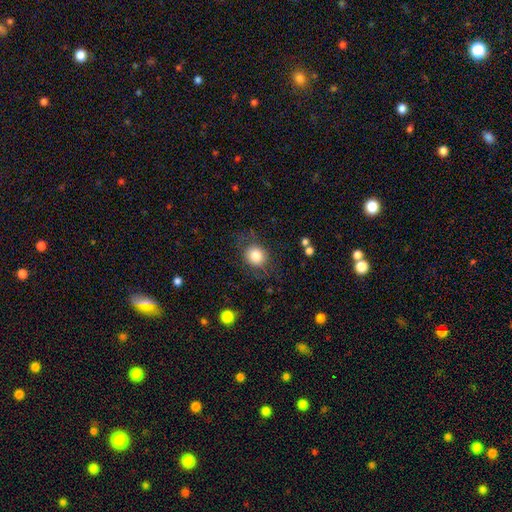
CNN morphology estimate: Smooth or featured: smooth — 80% (featured or disk — 11%)
How rounded: round — 69% (in between — 30%)
Merging: none — 73% (minor disturbance — 17%)